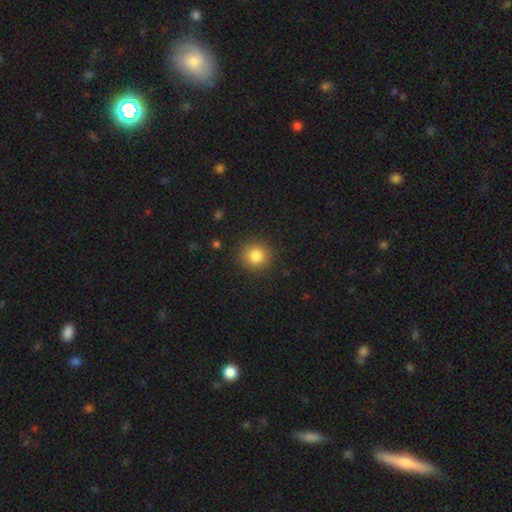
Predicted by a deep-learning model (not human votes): Overall: smooth (84%). How rounded: round (93%). Merging: none (90%).